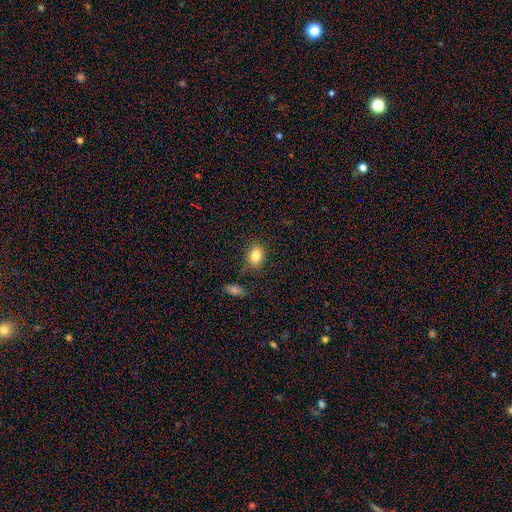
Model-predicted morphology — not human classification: The model was most divided on "how rounded": in between: 67%, round: 32%, cigar-shaped: 1%. More confident: smooth or featured — smooth (84%); merging — none (77%).